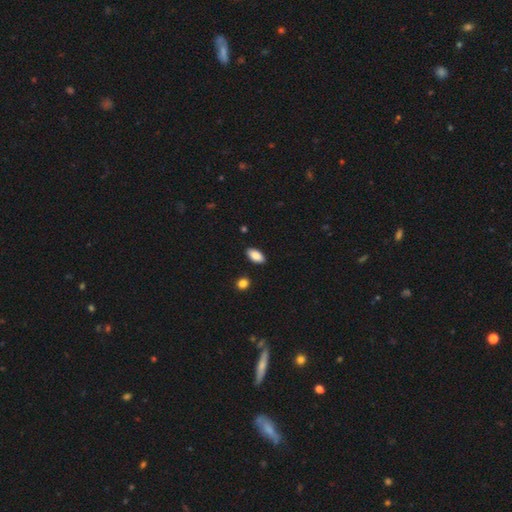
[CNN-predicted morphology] This is clearly a smooth galaxy (87%). How rounded: clearly in between (91%). Merging: clearly none (88%).